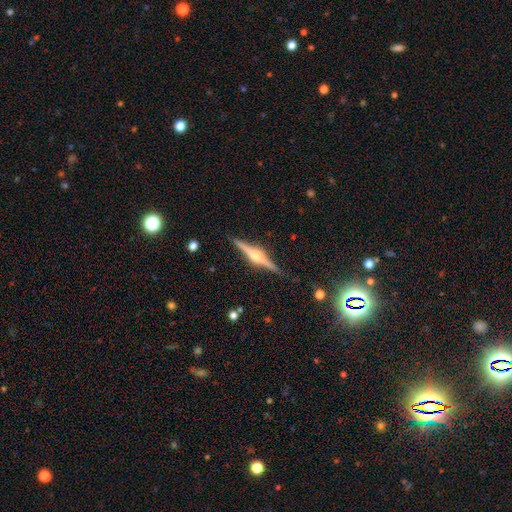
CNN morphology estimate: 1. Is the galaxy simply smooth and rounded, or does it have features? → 83% featured or disk, 12% smooth, 6% star or artifact.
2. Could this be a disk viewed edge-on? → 98% yes, 2% no.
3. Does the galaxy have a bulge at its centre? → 88% rounded, 10% boxy, 3% none.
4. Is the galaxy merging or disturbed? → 90% none, 8% minor disturbance, 2% major disturbance, 1% merger.